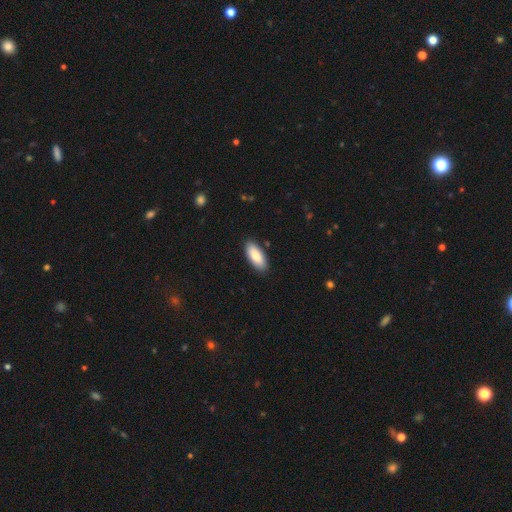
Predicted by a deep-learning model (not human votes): Q: Smooth or featured?
A: smooth (88%); runner-up: featured or disk (7%)
Q: How rounded?
A: in between (85%); runner-up: cigar-shaped (13%)
Q: Merging?
A: none (88%); runner-up: minor disturbance (9%)